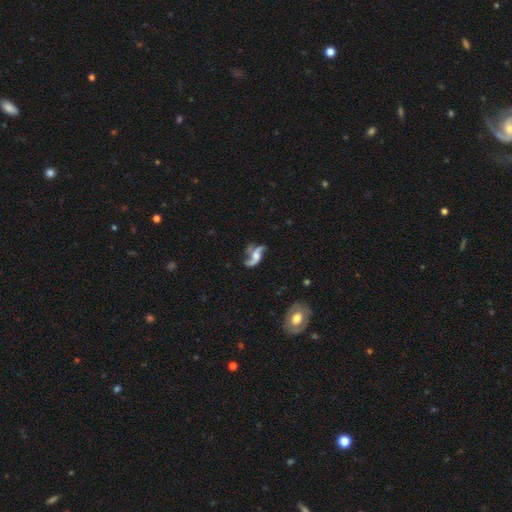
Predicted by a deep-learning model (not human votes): Smooth or featured?
  - featured or disk: 83% *
  - smooth: 10%
  - star or artifact: 7%
Edge-on disk?
  - no: 96% *
  - yes: 4%
Bar?
  - no: 54% *
  - weak: 34%
  - strong: 12%
Spiral arms?
  - yes: 93% *
  - no: 7%
Spiral winding?
  - loose: 77% *
  - medium: 19%
  - tight: 4%
Spiral arm count?
  - 2: 86% *
  - 1: 4%
  - 3: 4%
  - can't tell: 3%
  - 4: 2%
  - more than 4: 2%
Bulge size?
  - moderate: 38% *
  - small: 24%
  - none: 18%
  - large: 17%
  - dominant: 3%
Merging?
  - none: 52% *
  - major disturbance: 21%
  - minor disturbance: 19%
  - merger: 9%